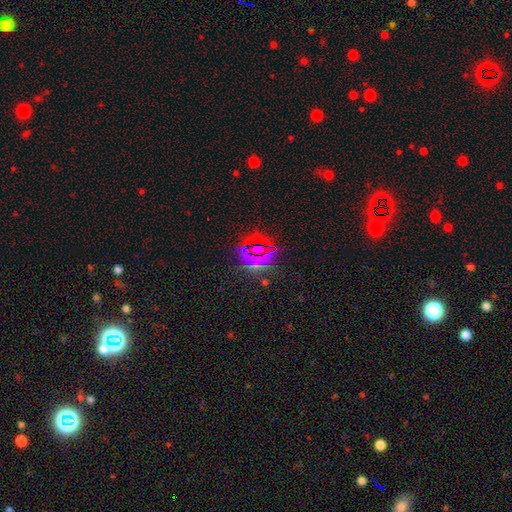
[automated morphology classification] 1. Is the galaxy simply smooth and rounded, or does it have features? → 74% star or artifact, 16% smooth, 10% featured or disk.